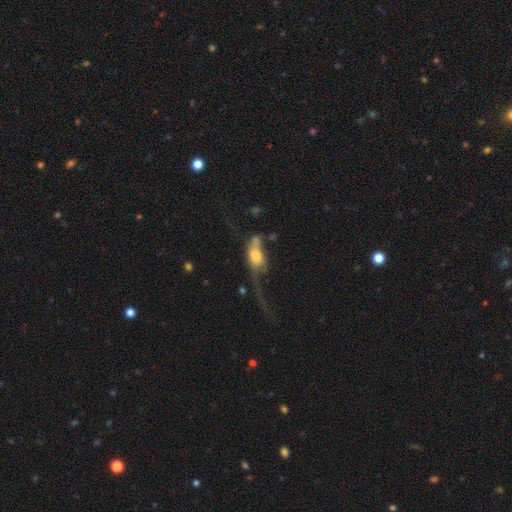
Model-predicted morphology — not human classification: Smooth or featured?
  - smooth: 57% *
  - featured or disk: 35%
  - star or artifact: 8%
How rounded?
  - in between: 82% *
  - cigar-shaped: 10%
  - round: 7%
Merging?
  - major disturbance: 55% *
  - merger: 16%
  - none: 16%
  - minor disturbance: 14%